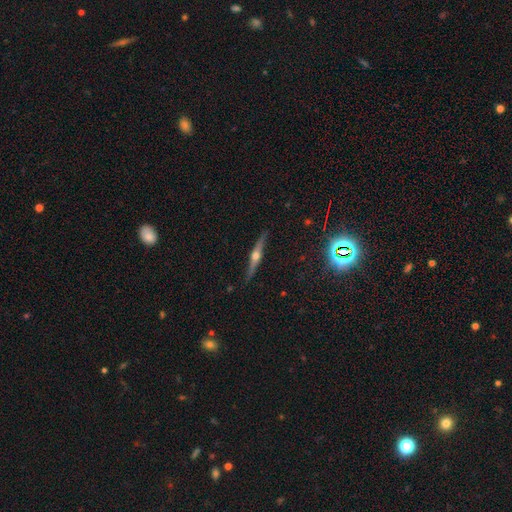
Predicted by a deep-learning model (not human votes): This is likely a featured or disk galaxy (79%). It is clearly viewed edge-on (98%). Edge-on bulge: clearly rounded (94%). Merging: clearly none (89%).